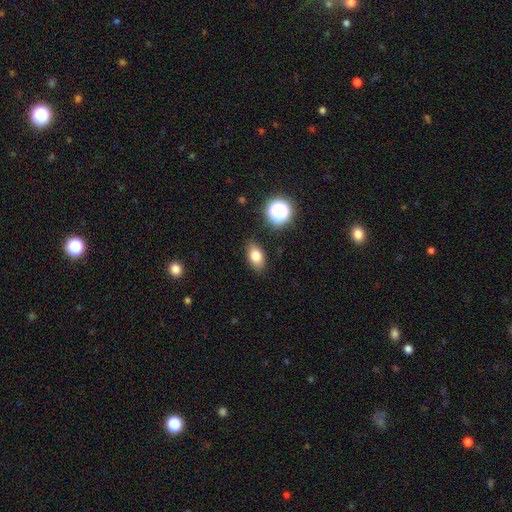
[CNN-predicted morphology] This is likely a smooth galaxy (79%). How rounded: clearly in between (86%). Merging: clearly none (85%).